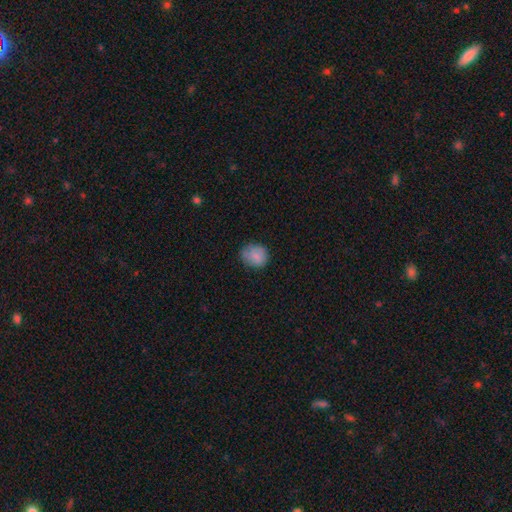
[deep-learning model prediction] Morphology: type=smooth (84%); roundness=round (71%); merging=none (74%).